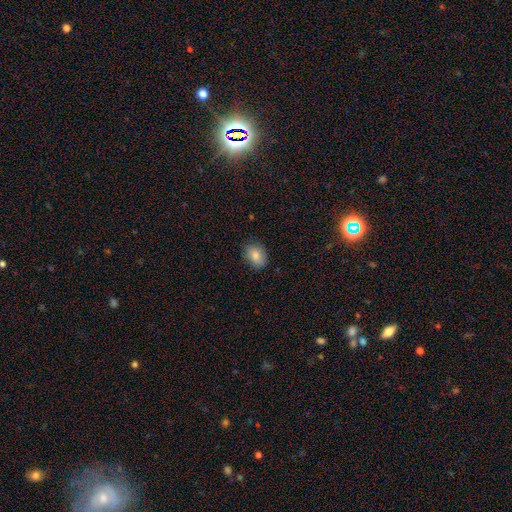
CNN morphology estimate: This is clearly a smooth galaxy (83%). How rounded: likely in between (70%). Merging: clearly none (80%).